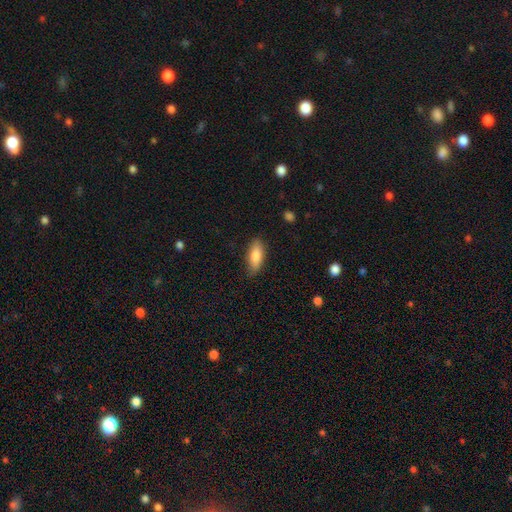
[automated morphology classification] smooth-or-featured: smooth: 84% | featured or disk: 10% | star or artifact: 6%
  how-rounded: in between: 76% | cigar-shaped: 22% | round: 2%
  merging: none: 82% | minor disturbance: 14% | major disturbance: 3% | merger: 1%